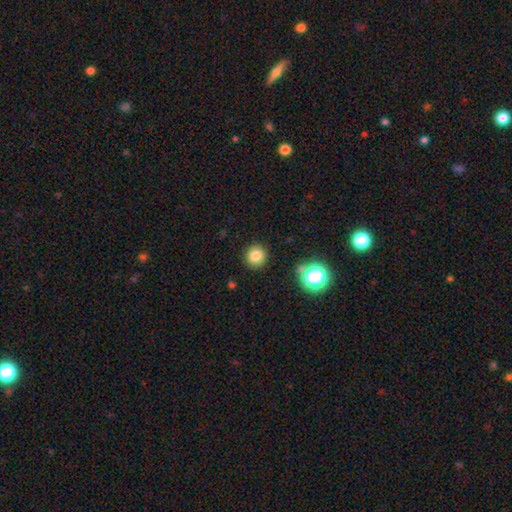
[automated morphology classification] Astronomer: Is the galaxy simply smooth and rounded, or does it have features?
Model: smooth — 81%.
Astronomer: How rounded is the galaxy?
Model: round — 91%.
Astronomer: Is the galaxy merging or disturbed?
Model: none — 89%.